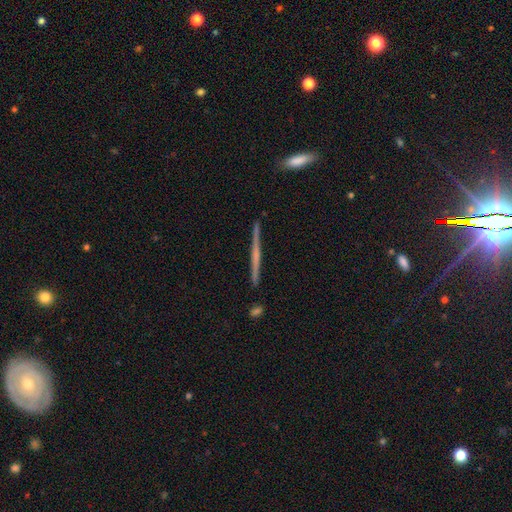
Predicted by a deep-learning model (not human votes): Smooth or featured? Predicted: featured or disk (p=0.65). Edge-on disk? Predicted: yes (p=0.98). Edge-on bulge? Predicted: none (p=0.67). Merging? Predicted: none (p=0.91).